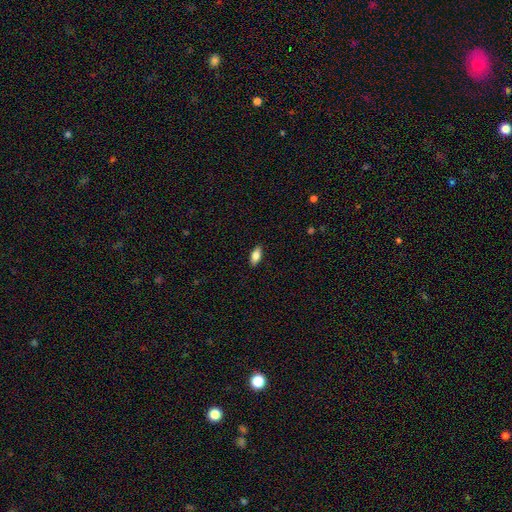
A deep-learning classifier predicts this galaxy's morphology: smooth_or_featured: smooth (p=0.83) [alt: featured or disk p=0.10]
how_rounded: in between (p=0.87) [alt: cigar-shaped p=0.10]
merging: none (p=0.88) [alt: minor disturbance p=0.09]